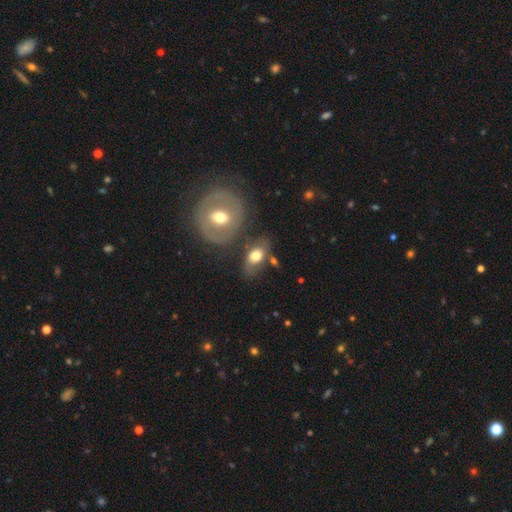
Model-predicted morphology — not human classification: smooth 66%, featured or disk 26%, star or artifact 8%. Down the decision tree: how rounded — in between (83%); merging — none (53%).